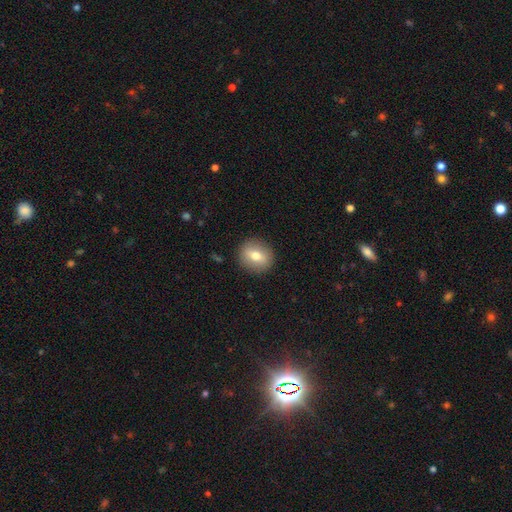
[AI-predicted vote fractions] A smooth galaxy with no disk features (66%) that is round (79%).

Vote fractions:
- Smooth or featured? smooth: 66% / featured or disk: 25% / star or artifact: 8%
- How rounded? round: 79% / in between: 20% / cigar-shaped: 1%
- Merging? none: 90% / minor disturbance: 7% / major disturbance: 2% / merger: 1%